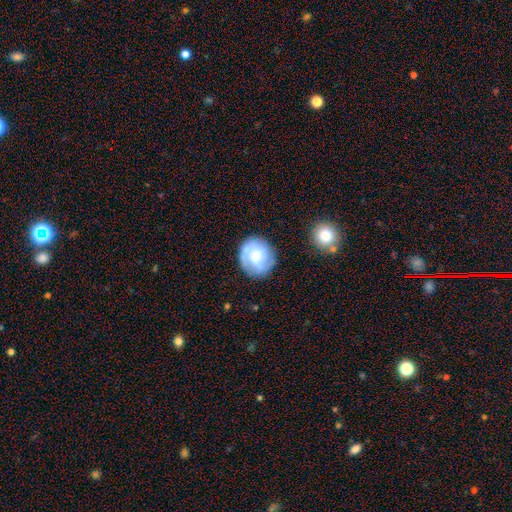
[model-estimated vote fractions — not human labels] Smooth or featured? featured or disk (49%)
Merging? none (75%)